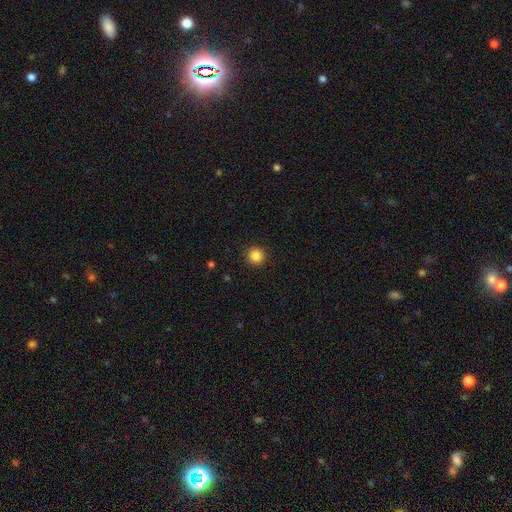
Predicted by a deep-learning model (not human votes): smooth_or_featured: smooth (p=0.86) [alt: star or artifact p=0.11]
how_rounded: round (p=0.94) [alt: in between p=0.05]
merging: none (p=0.92) [alt: minor disturbance p=0.05]